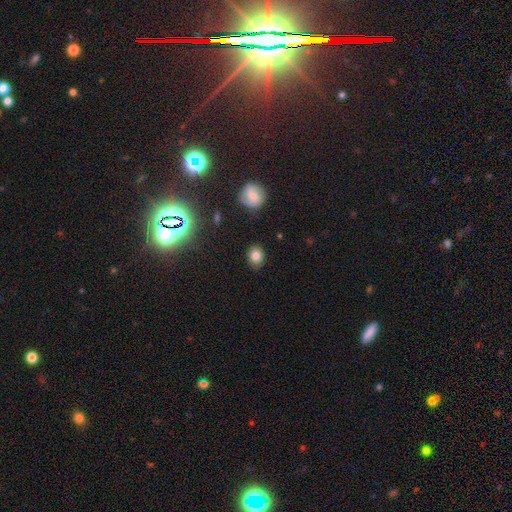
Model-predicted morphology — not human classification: smooth-or-featured: smooth: 80% | star or artifact: 11% | featured or disk: 8%
  how-rounded: round: 53% | in between: 46% | cigar-shaped: 1%
  merging: none: 84% | minor disturbance: 12% | major disturbance: 3% | merger: 1%